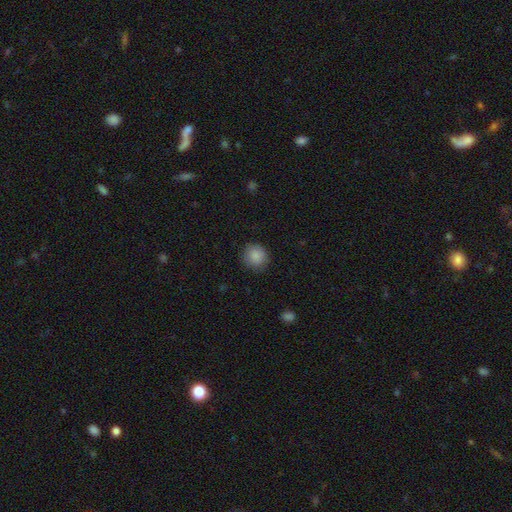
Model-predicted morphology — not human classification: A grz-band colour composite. It shows a smooth galaxy with no disk features (87%) that is round (89%). Merging: none (87%).